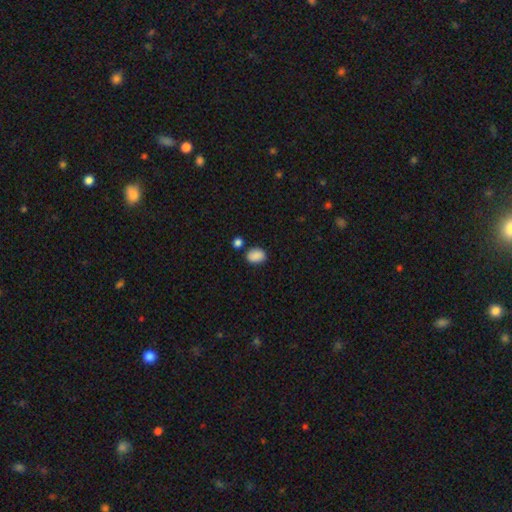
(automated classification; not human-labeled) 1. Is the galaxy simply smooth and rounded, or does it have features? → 88% smooth, 9% star or artifact, 4% featured or disk.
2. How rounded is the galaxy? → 71% in between, 28% round, 1% cigar-shaped.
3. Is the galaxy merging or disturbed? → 76% none, 13% minor disturbance, 8% merger, 3% major disturbance.